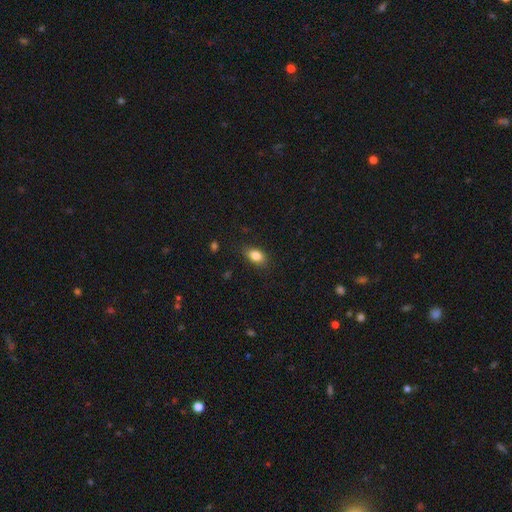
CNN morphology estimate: Overall: smooth (83%). How rounded: in between (83%). Merging: none (82%).